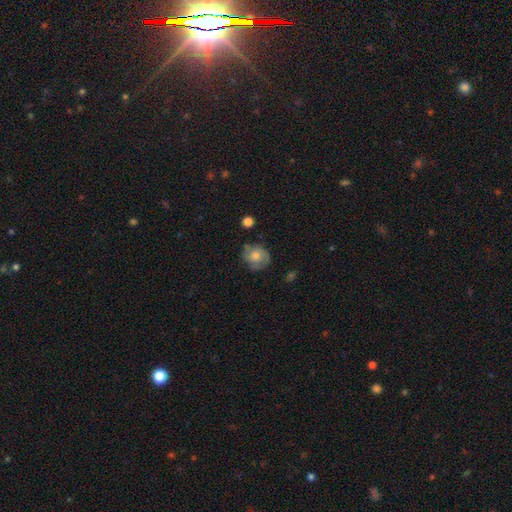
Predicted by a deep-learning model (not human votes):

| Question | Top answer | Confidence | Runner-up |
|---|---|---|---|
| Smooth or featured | smooth | 52% | featured or disk (40%) |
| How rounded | round | 72% | in between (27%) |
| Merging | none | 66% | minor disturbance (23%) |